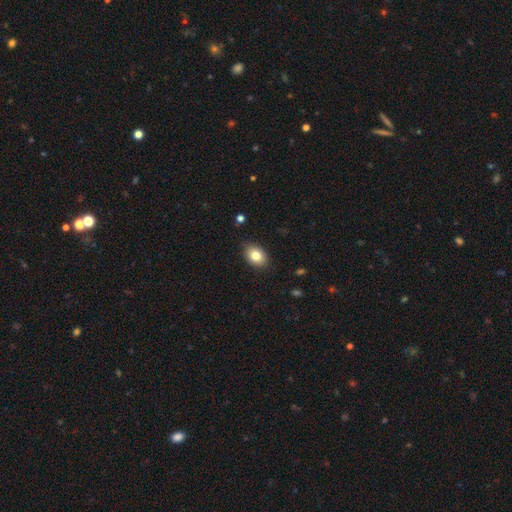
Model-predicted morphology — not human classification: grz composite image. It shows a smooth galaxy with no disk features (82%) that is in between round and cigar-shaped (79%). Merging: none (85%).